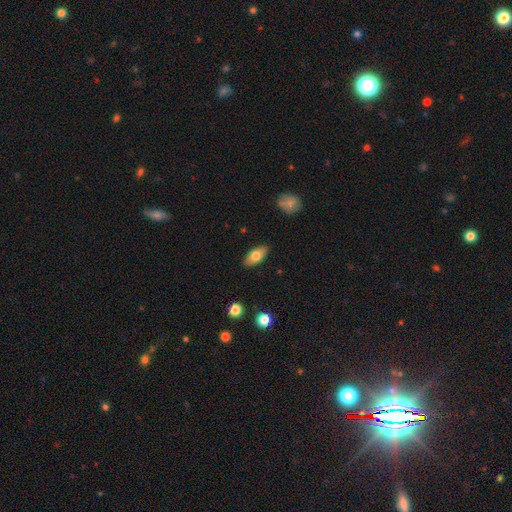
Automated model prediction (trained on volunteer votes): This is likely a smooth galaxy (75%). How rounded: clearly in between (89%). Merging: clearly none (87%).